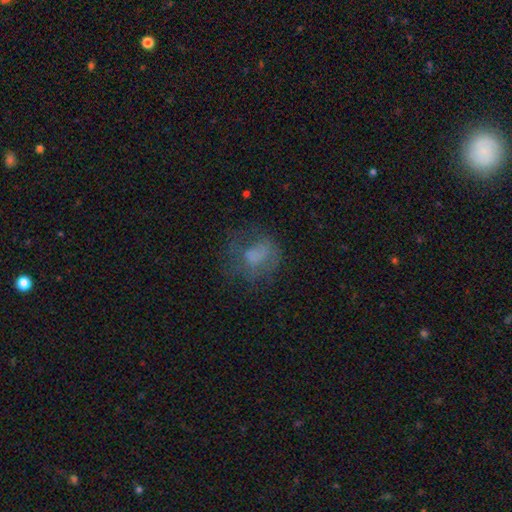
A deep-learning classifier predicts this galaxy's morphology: A smooth galaxy with no disk features (51%) that is round (54%).

Vote fractions:
- Smooth or featured? smooth: 51% / featured or disk: 33% / star or artifact: 16%
- How rounded? round: 54% / in between: 45% / cigar-shaped: 2%
- Merging? none: 44% / major disturbance: 33% / minor disturbance: 21% / merger: 2%